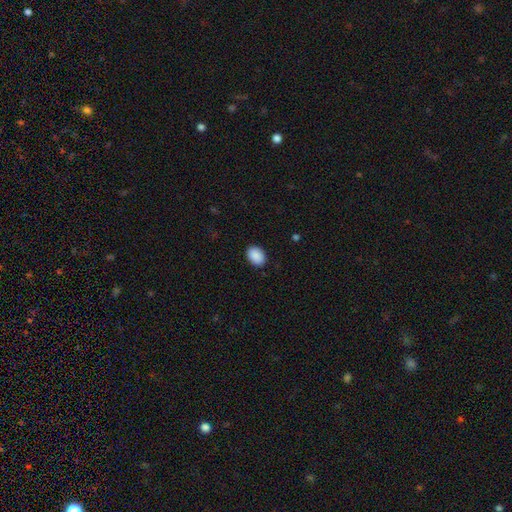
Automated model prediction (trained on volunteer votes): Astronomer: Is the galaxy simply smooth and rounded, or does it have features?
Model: smooth — 90%.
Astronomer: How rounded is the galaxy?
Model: in between — 76%.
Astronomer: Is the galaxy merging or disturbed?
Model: none — 89%.